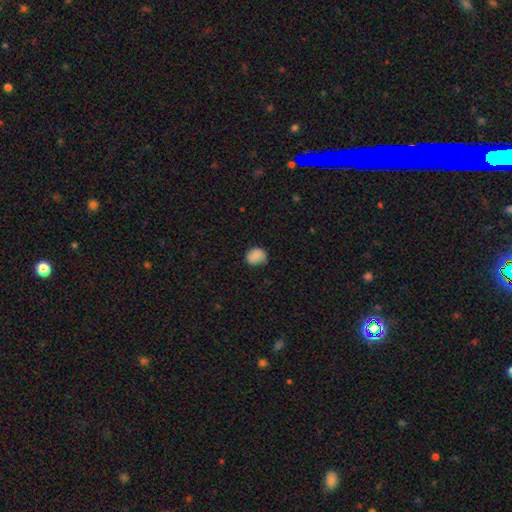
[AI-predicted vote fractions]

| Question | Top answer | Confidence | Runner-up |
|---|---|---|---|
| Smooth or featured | smooth | 84% | star or artifact (8%) |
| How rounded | round | 62% | in between (37%) |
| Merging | none | 70% | minor disturbance (25%) |